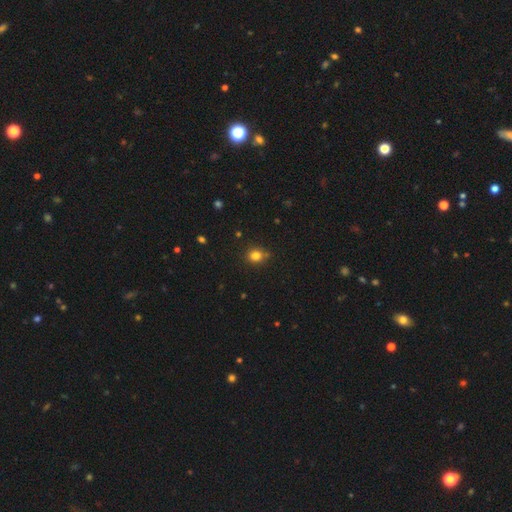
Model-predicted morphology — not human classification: Smooth or featured: smooth — 80% (star or artifact — 14%)
How rounded: round — 81% (in between — 18%)
Merging: none — 82% (minor disturbance — 12%)